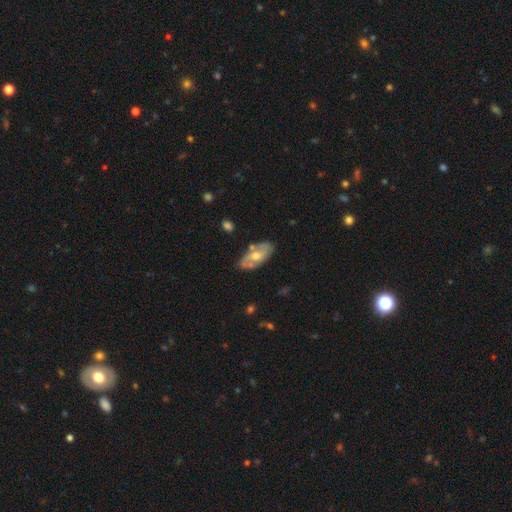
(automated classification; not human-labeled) smooth-or-featured: featured or disk: 62% | smooth: 32% | star or artifact: 7%
  disk-edge-on: no: 88% | yes: 12%
    bar: no: 58% | weak: 32% | strong: 10%
    has-spiral-arms: yes: 60% | no: 40%
    bulge-size: moderate: 66% | small: 27% | large: 4% | none: 2% | dominant: 1%
  merging: none: 77% | minor disturbance: 16% | major disturbance: 4% | merger: 4%